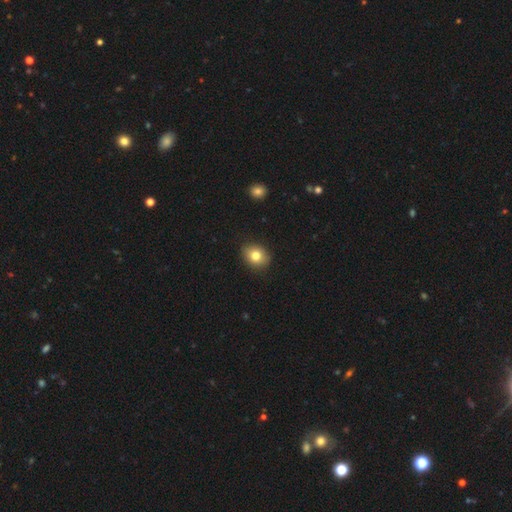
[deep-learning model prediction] smooth 81%, star or artifact 10%, featured or disk 9%. Down the decision tree: how rounded — round (56%); merging — none (87%).